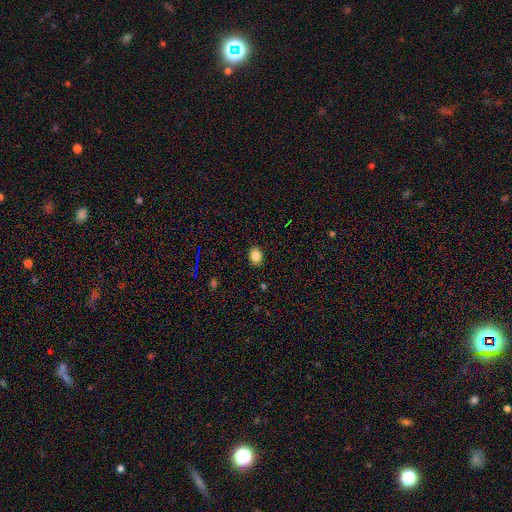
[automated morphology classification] Smooth or featured: smooth — 84% (star or artifact — 10%)
How rounded: in between — 54% (round — 45%)
Merging: none — 90% (minor disturbance — 7%)